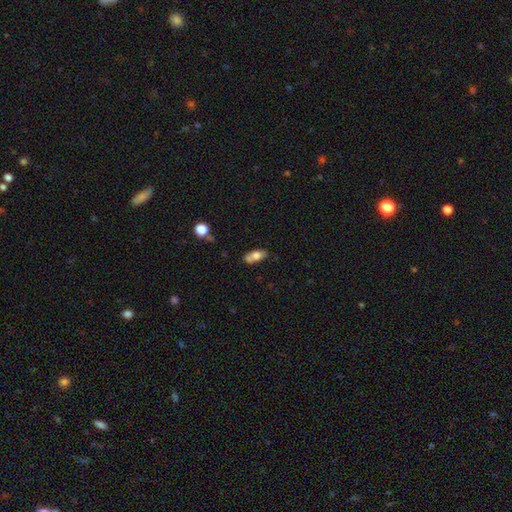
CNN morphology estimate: Smooth or featured?
  - smooth: 73% *
  - featured or disk: 19%
  - star or artifact: 8%
How rounded?
  - in between: 82% *
  - cigar-shaped: 12%
  - round: 5%
Merging?
  - none: 52% *
  - minor disturbance: 22%
  - merger: 19%
  - major disturbance: 7%